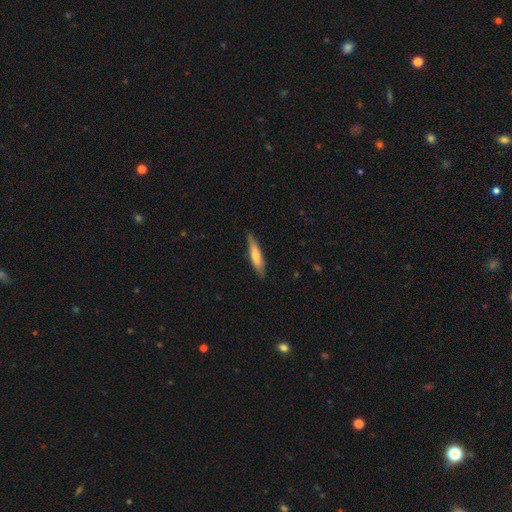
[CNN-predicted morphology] This is likely a smooth galaxy (63%). How rounded: clearly cigar-shaped (82%). Merging: clearly none (83%).